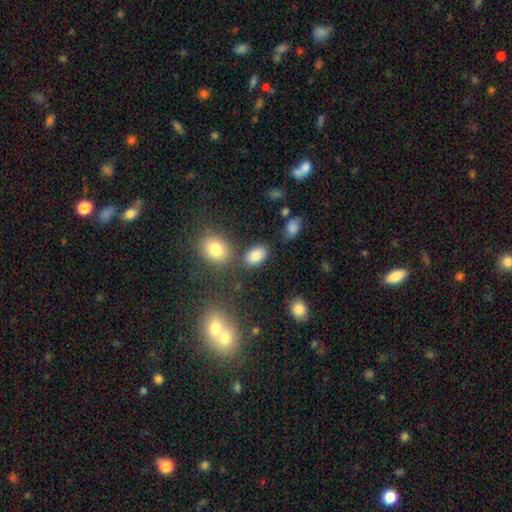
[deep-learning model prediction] smooth 83%, star or artifact 10%, featured or disk 7%. Down the decision tree: how rounded — in between (88%); merging — none (79%).